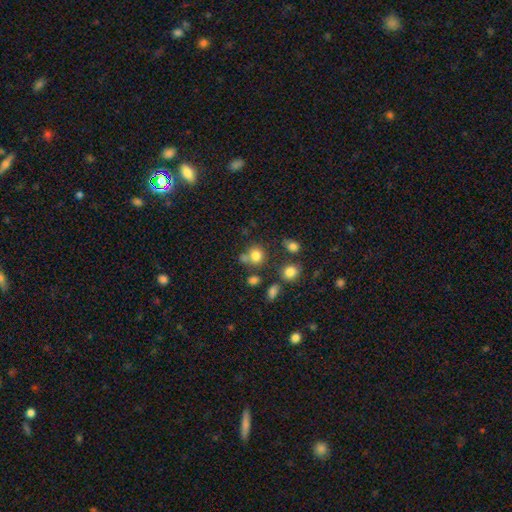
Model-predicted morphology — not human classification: Smooth or featured? smooth (78%)
How rounded? round (74%)
Merging? none (58%)